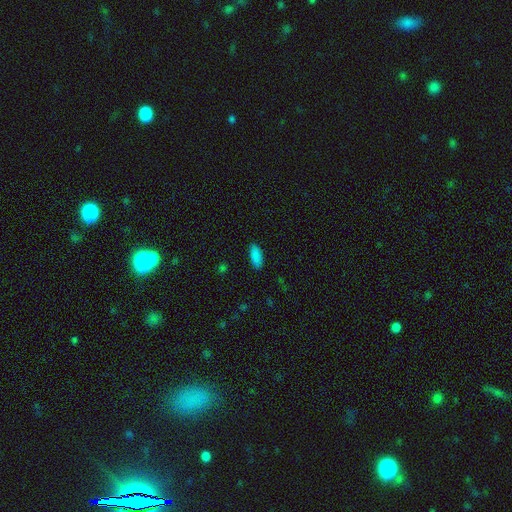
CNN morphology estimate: The model was most divided on "how rounded": in between: 83%, cigar-shaped: 15%, round: 2%. More confident: merging — none (88%); smooth or featured — smooth (88%).